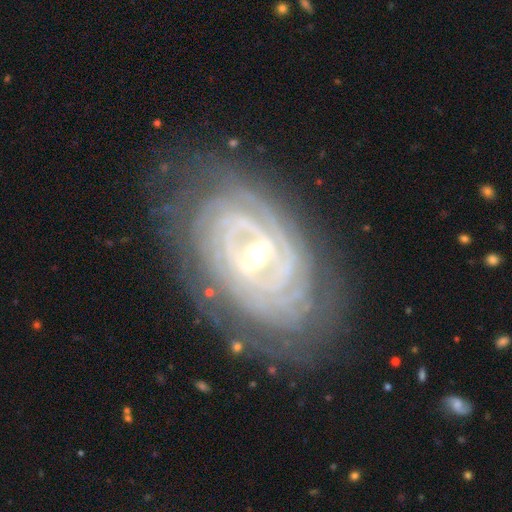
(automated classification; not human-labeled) The model was most divided on "bar": weak: 42%, strong: 41%, no: 17%. Remaining: spiral arms — yes (96%); edge-on disk — no (95%); smooth or featured — featured or disk (89%); spiral winding — tight (84%); merging — none (77%); bulge size — small (53%); spiral arm count — can't tell (33%).